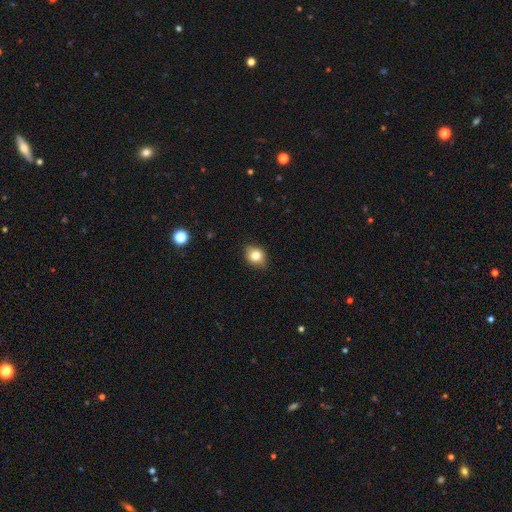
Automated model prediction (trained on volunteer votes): smooth 77%, featured or disk 13%, star or artifact 10%. Down the decision tree: how rounded — round (55%); merging — none (77%).